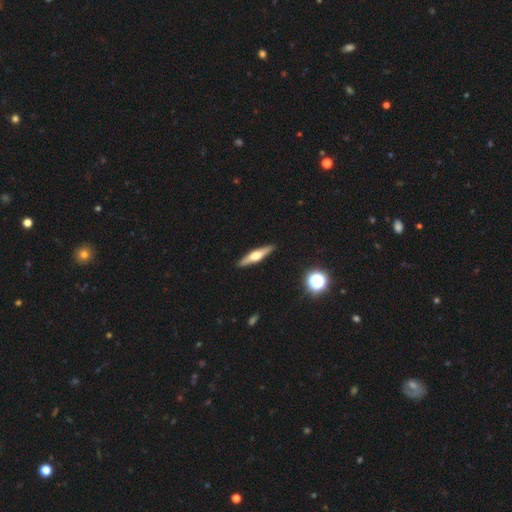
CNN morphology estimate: Overall: featured or disk (64%; smooth 30%). Edge-on disk: yes (96%). Edge-on bulge: rounded (92%). Merging: none (91%).